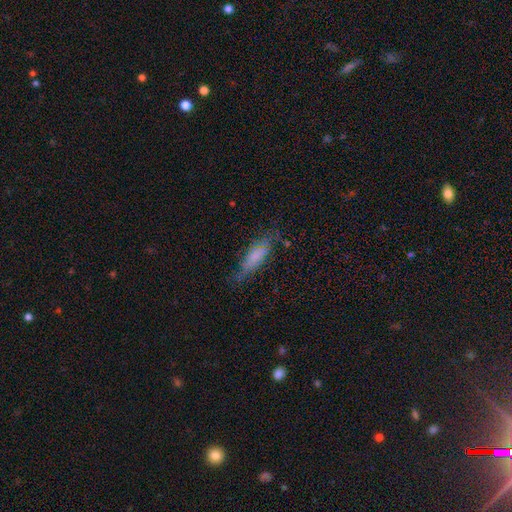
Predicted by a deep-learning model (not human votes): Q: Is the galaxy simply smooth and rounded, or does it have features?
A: smooth — 62%.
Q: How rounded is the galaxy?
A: cigar-shaped — 53%.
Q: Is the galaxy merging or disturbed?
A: none — 56%.